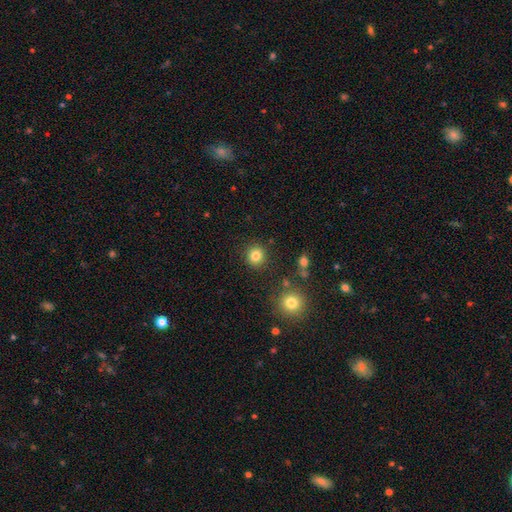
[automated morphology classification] This is clearly a smooth galaxy (83%). How rounded: clearly round (91%). Merging: clearly none (88%).